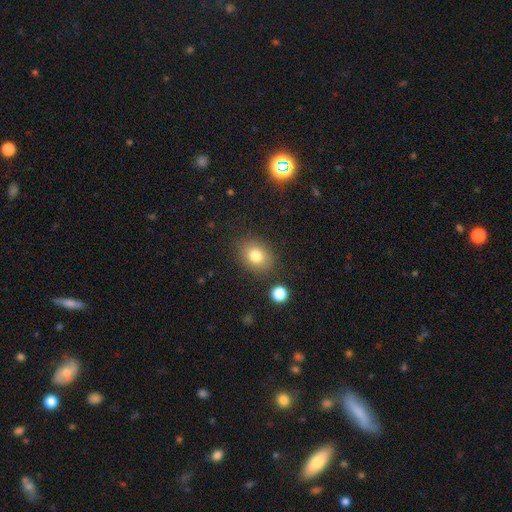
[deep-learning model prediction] The model was most divided on "how rounded": in between: 53%, round: 46%, cigar-shaped: 1%. More confident: merging — none (83%); smooth or featured — smooth (80%).